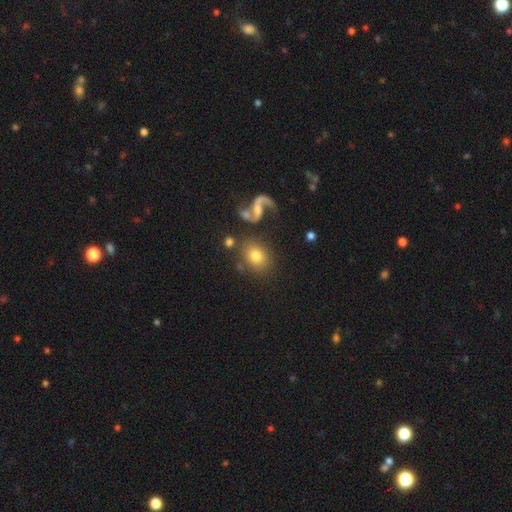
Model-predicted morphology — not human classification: smooth 68%, featured or disk 21%, star or artifact 10%. Down the decision tree: how rounded — in between (51%); merging — none (70%).